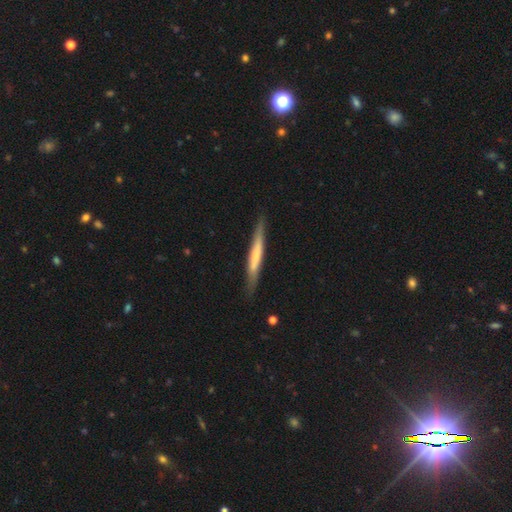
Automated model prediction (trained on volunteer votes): smooth_or_featured: smooth (p=0.52) [alt: featured or disk p=0.43]
how_rounded: cigar-shaped (p=0.95) [alt: in between p=0.04]
merging: none (p=0.83) [alt: minor disturbance p=0.13]